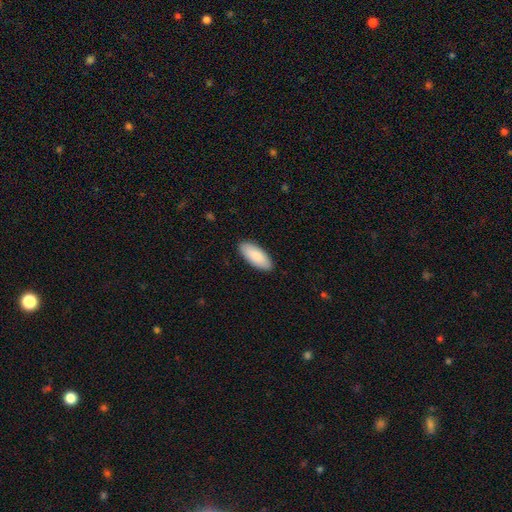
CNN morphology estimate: Overall: smooth (88%). How rounded: in between (85%). Merging: none (89%).